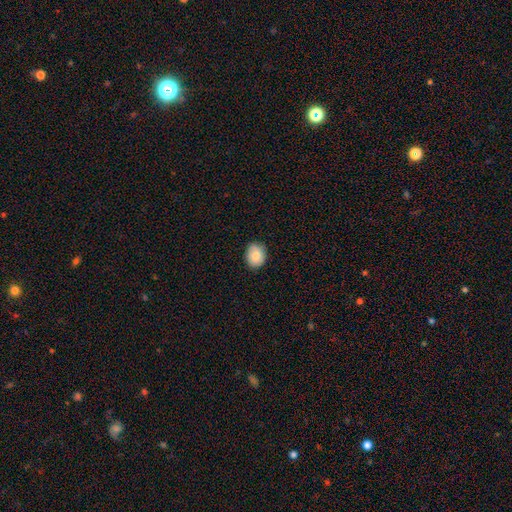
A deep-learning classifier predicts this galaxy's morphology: A smooth galaxy with no disk features (82%) that is round (55%). Merging: none (82%).